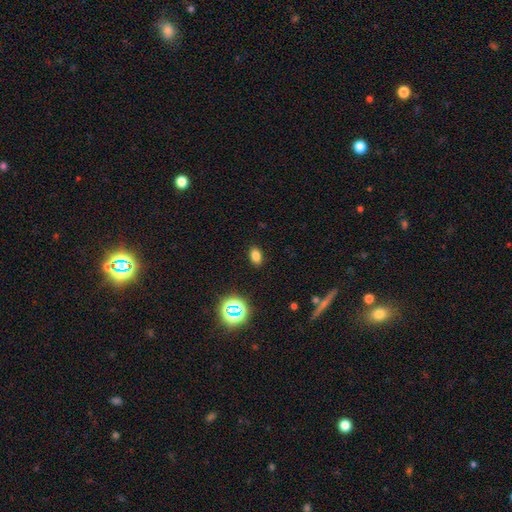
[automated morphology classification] A smooth galaxy with no disk features (77%) that is in between round and cigar-shaped (85%). Merging: none (88%).